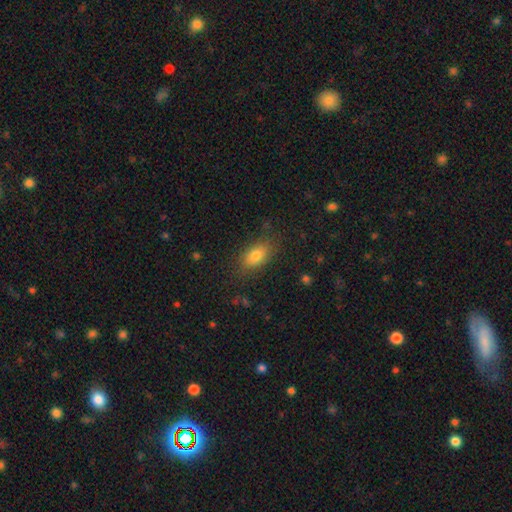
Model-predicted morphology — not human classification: This is likely a smooth galaxy (78%). How rounded: clearly in between (86%). Merging: likely none (78%).